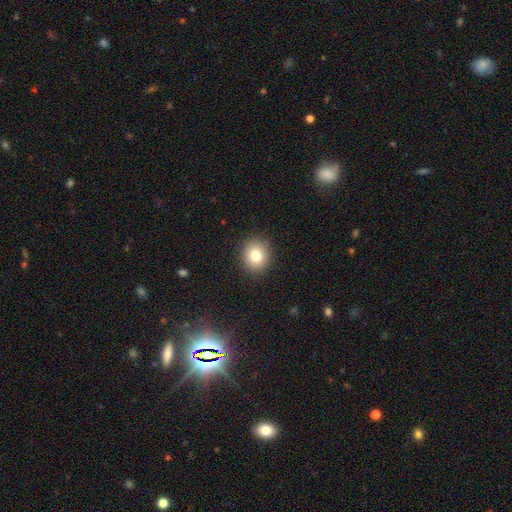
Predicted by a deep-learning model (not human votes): Smooth or featured?
  - smooth: 80% *
  - star or artifact: 10%
  - featured or disk: 9%
How rounded?
  - round: 73% *
  - in between: 26%
  - cigar-shaped: 1%
Merging?
  - none: 90% *
  - minor disturbance: 7%
  - major disturbance: 2%
  - merger: 1%